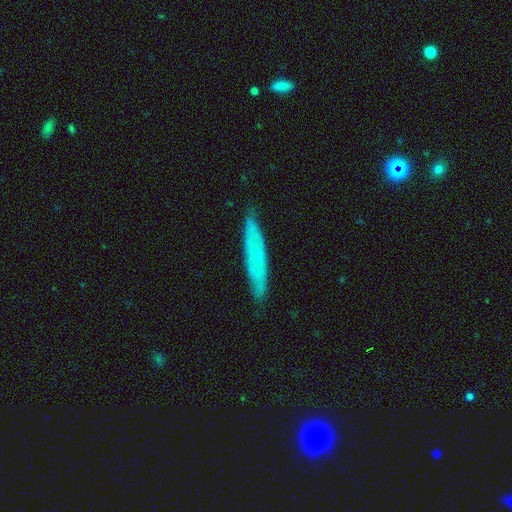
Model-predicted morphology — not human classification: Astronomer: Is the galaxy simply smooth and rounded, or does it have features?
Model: featured or disk — 62%.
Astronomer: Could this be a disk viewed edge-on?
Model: yes — 54% (runner-up: no, 46%).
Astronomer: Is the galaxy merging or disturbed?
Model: none — 82%.